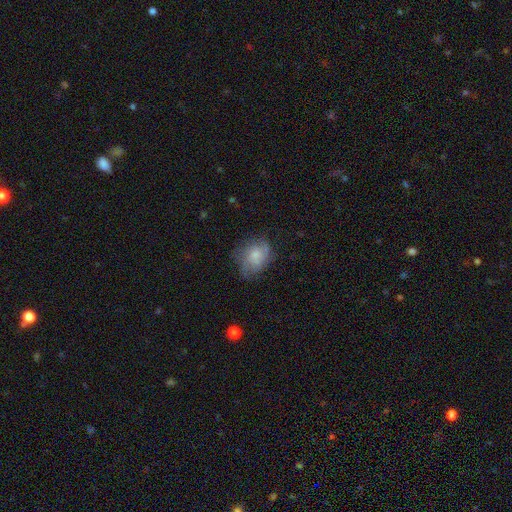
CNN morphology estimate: smooth 61%, featured or disk 30%, star or artifact 9%. Down the decision tree: how rounded — in between (56%); merging — none (55%).